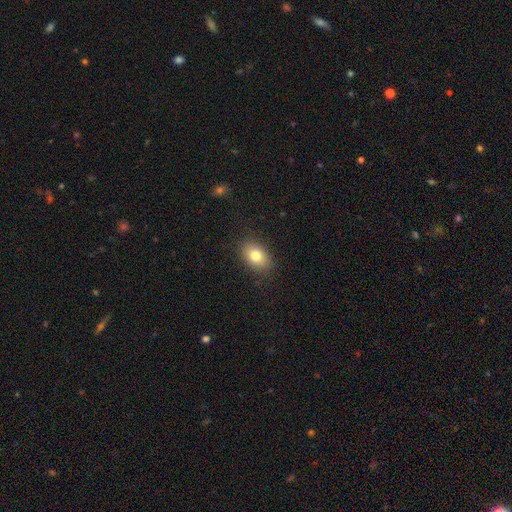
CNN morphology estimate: type=smooth (79%); roundness=in between (78%); merging=none (86%).